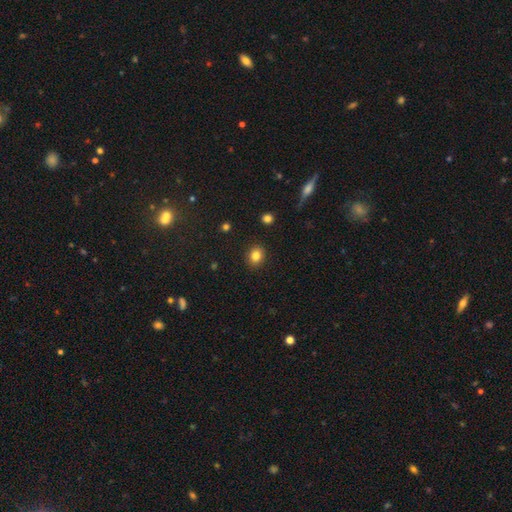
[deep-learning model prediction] The model was most divided on "how rounded": round: 61%, in between: 38%, cigar-shaped: 1%. More confident: merging — none (90%); smooth or featured — smooth (84%).